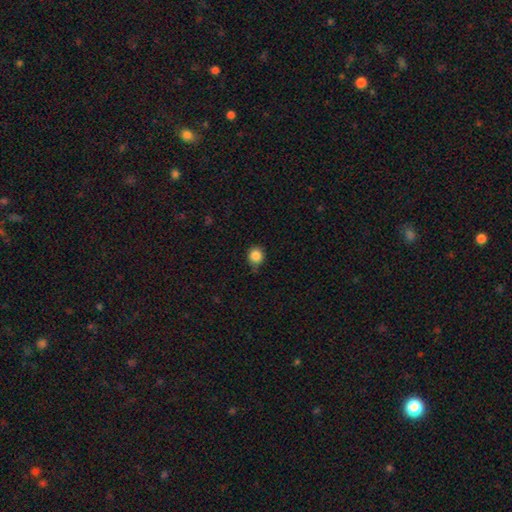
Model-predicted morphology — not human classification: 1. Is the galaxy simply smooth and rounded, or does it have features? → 86% smooth, 10% star or artifact, 4% featured or disk.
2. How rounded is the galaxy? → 83% round, 16% in between, 1% cigar-shaped.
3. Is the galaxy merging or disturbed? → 77% none, 18% minor disturbance, 3% major disturbance, 2% merger.